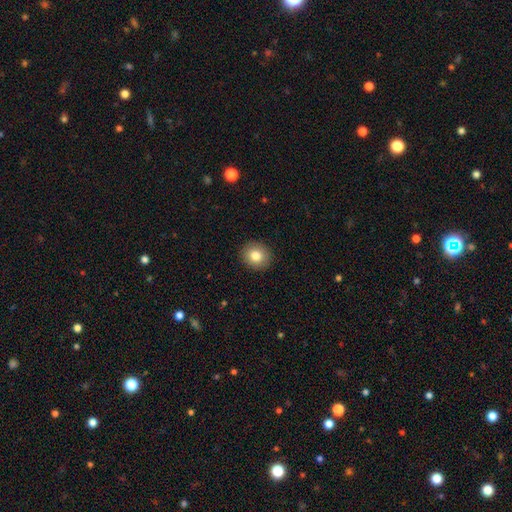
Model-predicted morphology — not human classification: Q: Smooth or featured?
A: smooth (81%); runner-up: star or artifact (9%)
Q: How rounded?
A: round (84%); runner-up: in between (15%)
Q: Merging?
A: none (92%); runner-up: minor disturbance (6%)